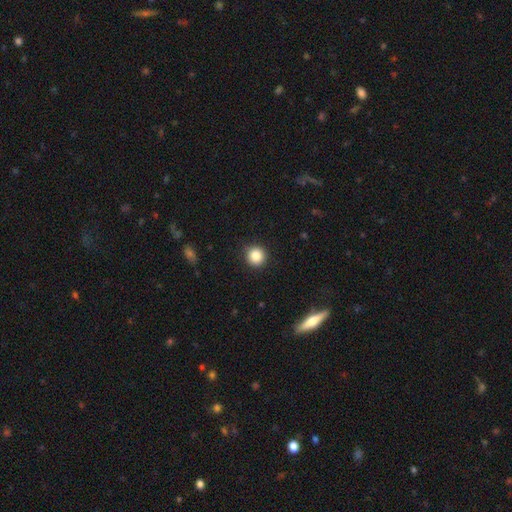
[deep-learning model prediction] This is clearly a smooth galaxy (86%). How rounded: clearly round (93%). Merging: clearly none (89%).